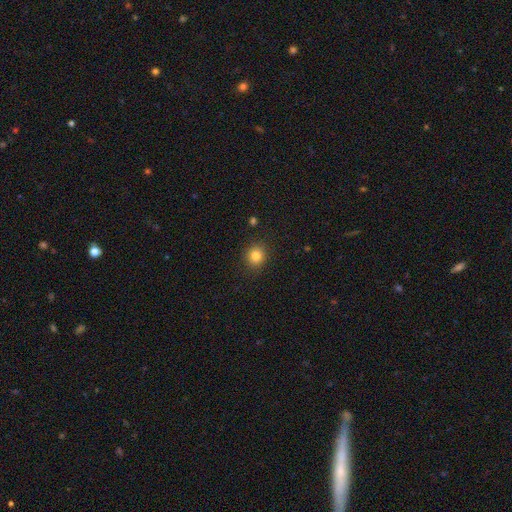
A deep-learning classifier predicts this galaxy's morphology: This is clearly a smooth galaxy (83%). How rounded: clearly round (84%). Merging: clearly none (89%).